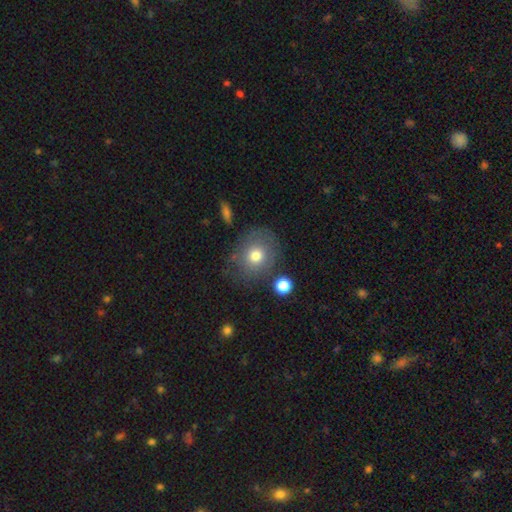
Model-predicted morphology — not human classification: The model was most divided on "how rounded": round: 71%, in between: 28%, cigar-shaped: 1%. More confident: smooth or featured — smooth (74%); merging — none (71%).